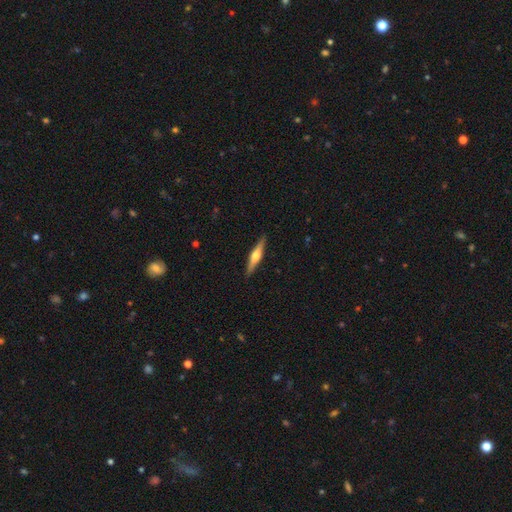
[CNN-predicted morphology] Smooth or featured?
  - featured or disk: 63% *
  - smooth: 32%
  - star or artifact: 5%
Edge-on disk?
  - yes: 97% *
  - no: 3%
Edge-on bulge?
  - rounded: 92% *
  - boxy: 4%
  - none: 3%
Merging?
  - none: 91% *
  - minor disturbance: 7%
  - major disturbance: 1%
  - merger: 1%